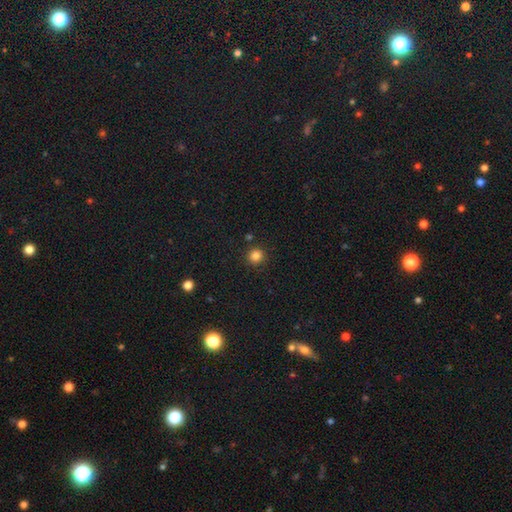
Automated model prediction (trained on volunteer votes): smooth_or_featured: smooth (p=0.83) [alt: star or artifact p=0.13]
how_rounded: round (p=0.94) [alt: in between p=0.05]
merging: none (p=0.89) [alt: minor disturbance p=0.06]